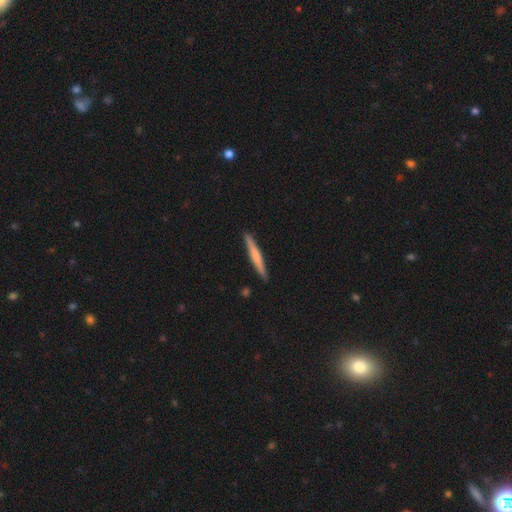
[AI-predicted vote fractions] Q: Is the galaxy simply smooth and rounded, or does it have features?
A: smooth — 52%.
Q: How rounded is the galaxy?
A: cigar-shaped — 96%.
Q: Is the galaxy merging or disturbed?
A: none — 91%.